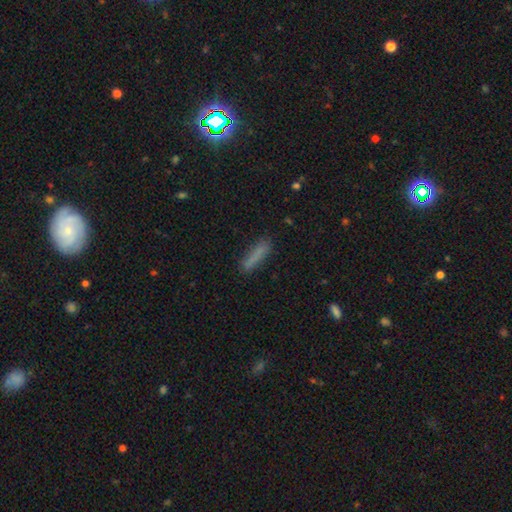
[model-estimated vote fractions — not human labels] Morphology: type=smooth (80%); roundness=cigar-shaped (86%); merging=none (81%).